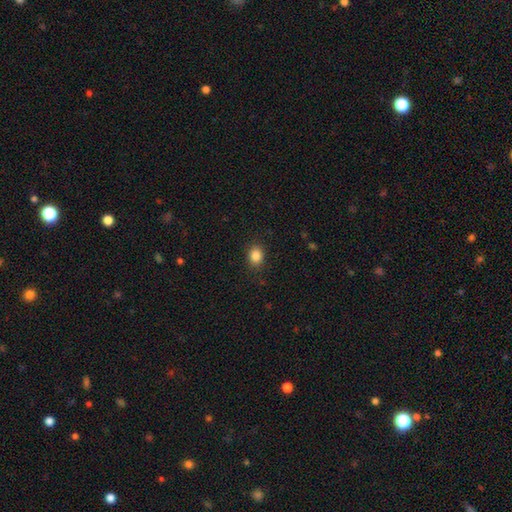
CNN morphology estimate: Smooth or featured? Predicted: smooth (p=0.86). How rounded? Predicted: in between (p=0.52). Merging? Predicted: none (p=0.87).